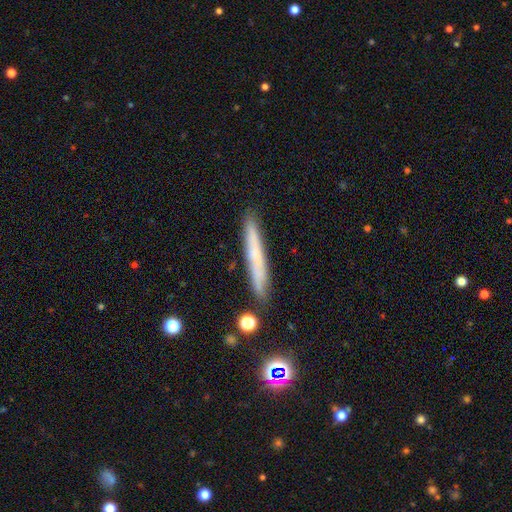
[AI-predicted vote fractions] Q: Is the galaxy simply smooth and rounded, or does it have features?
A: smooth — 57%.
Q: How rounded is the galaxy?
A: cigar-shaped — 96%.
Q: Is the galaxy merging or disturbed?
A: none — 88%.